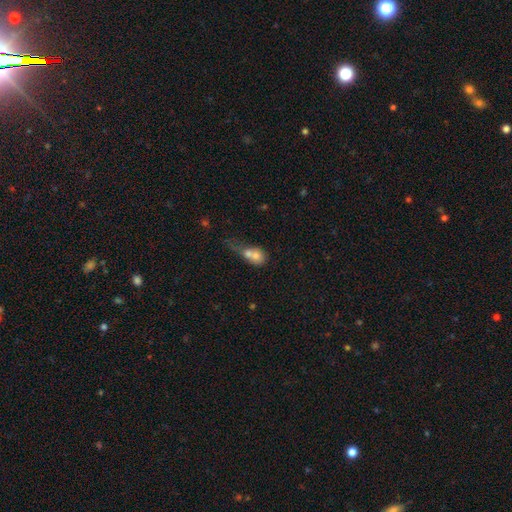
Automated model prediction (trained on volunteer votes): smooth-or-featured: smooth: 69% | featured or disk: 21% | star or artifact: 9%
  how-rounded: in between: 50% | round: 46% | cigar-shaped: 4%
  merging: merger: 67% | none: 13% | major disturbance: 12% | minor disturbance: 8%